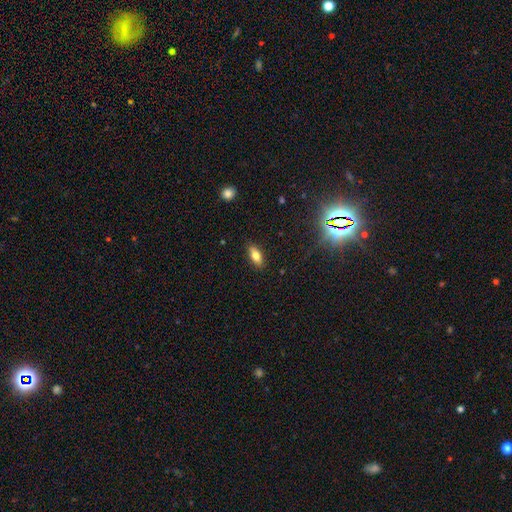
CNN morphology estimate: smooth_or_featured: smooth (p=0.72) [alt: featured or disk p=0.19]
how_rounded: in between (p=0.78) [alt: cigar-shaped p=0.19]
merging: none (p=0.88) [alt: minor disturbance p=0.09]